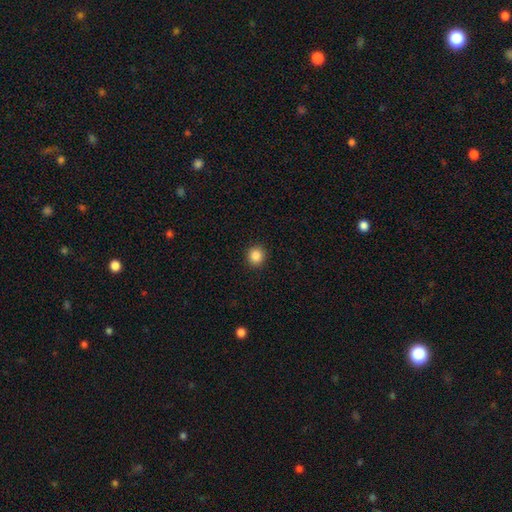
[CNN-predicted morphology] Smooth or featured? Predicted: smooth (p=0.86). How rounded? Predicted: round (p=0.91). Merging? Predicted: none (p=0.92).